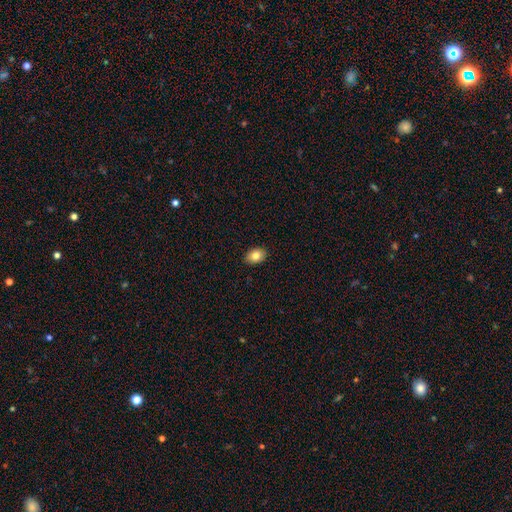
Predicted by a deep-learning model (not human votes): Smooth or featured? smooth (82%)
How rounded? in between (80%)
Merging? none (90%)